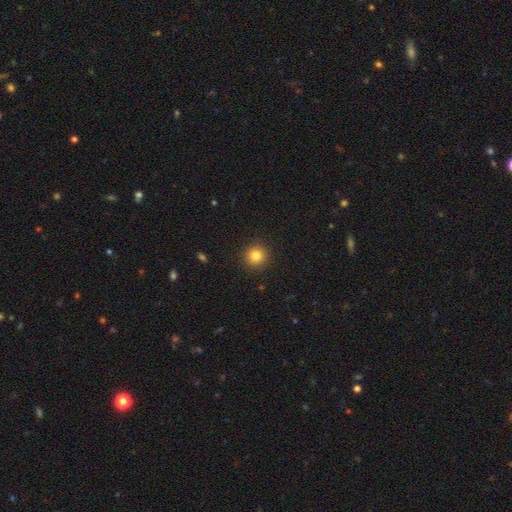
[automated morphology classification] The model was most divided on "smooth or featured": smooth: 84%, star or artifact: 11%, featured or disk: 5%. More confident: how rounded — round (94%); merging — none (92%).